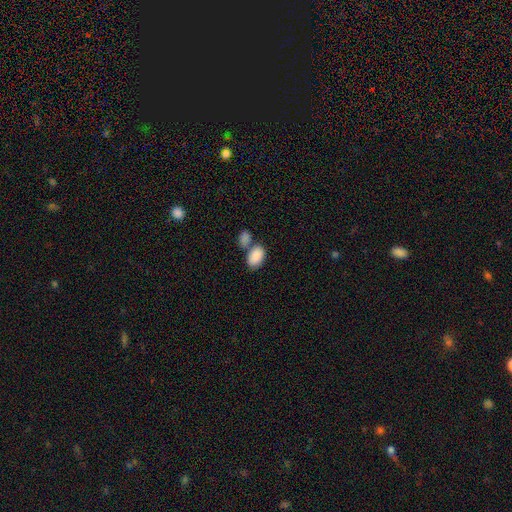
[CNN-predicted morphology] Smooth or featured? smooth (88%)
How rounded? in between (91%)
Merging? none (48%)